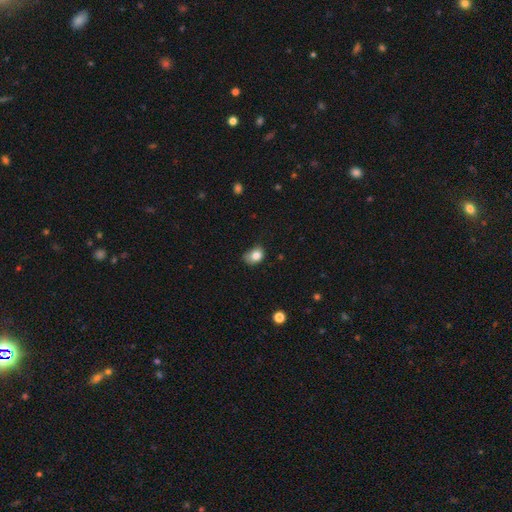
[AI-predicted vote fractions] smooth 81%, star or artifact 10%, featured or disk 9%. Down the decision tree: how rounded — in between (59%); merging — none (46%).